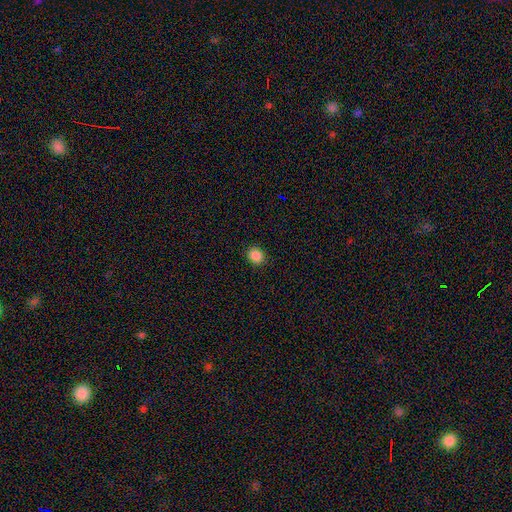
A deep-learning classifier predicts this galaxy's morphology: Smooth or featured: smooth — 87% (star or artifact — 10%)
How rounded: round — 74% (in between — 25%)
Merging: none — 91% (minor disturbance — 6%)